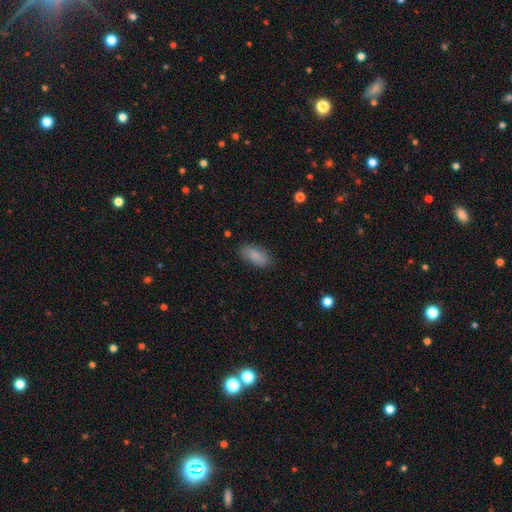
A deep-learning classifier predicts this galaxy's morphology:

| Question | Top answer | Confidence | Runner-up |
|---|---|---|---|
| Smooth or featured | smooth | 86% | featured or disk (7%) |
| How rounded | in between | 88% | cigar-shaped (10%) |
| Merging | none | 84% | minor disturbance (12%) |